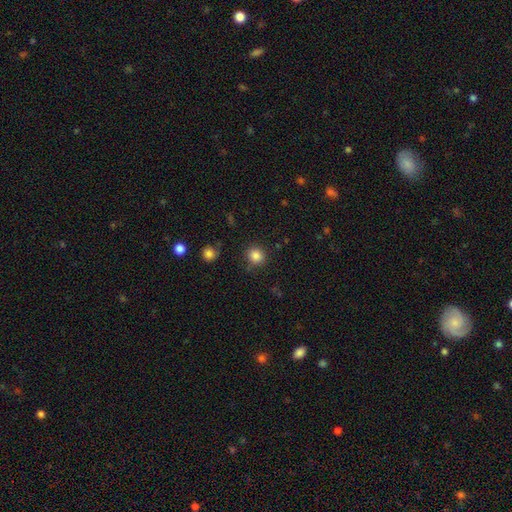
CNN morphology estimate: type=smooth (85%); roundness=round (90%); merging=none (86%).